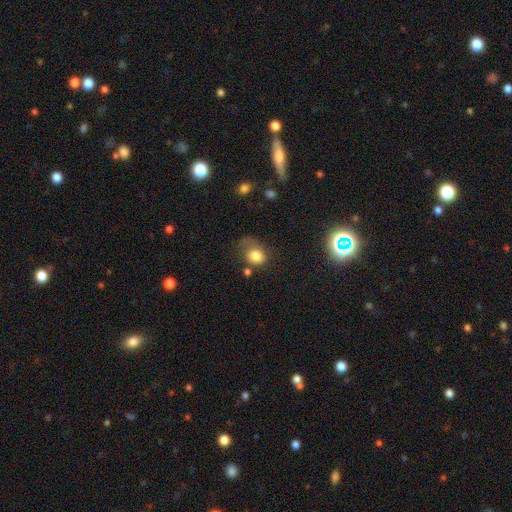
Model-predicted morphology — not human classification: A smooth galaxy with no disk features (79%) that is round (58%).

Vote fractions:
- Smooth or featured? smooth: 79% / featured or disk: 11% / star or artifact: 11%
- How rounded? round: 58% / in between: 41% / cigar-shaped: 1%
- Merging? none: 39% / minor disturbance: 27% / major disturbance: 26% / merger: 9%